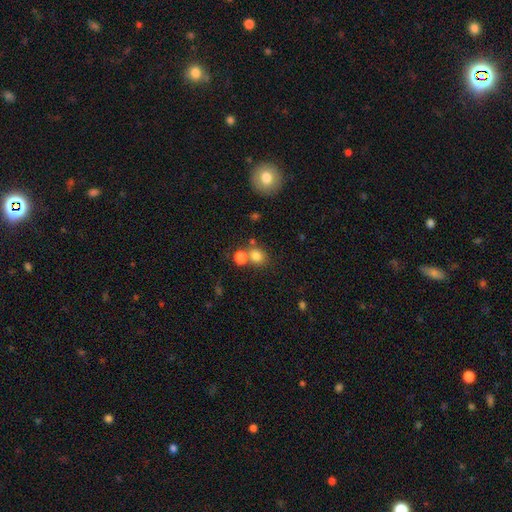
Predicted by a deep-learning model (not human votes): A smooth galaxy with no disk features (78%) that is round (74%). Merging: none (62%).